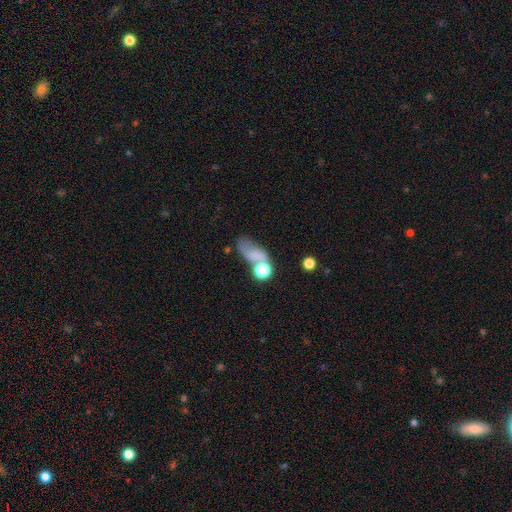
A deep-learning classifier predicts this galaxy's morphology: type=smooth (59%); roundness=in between (76%); merging=none (37%).